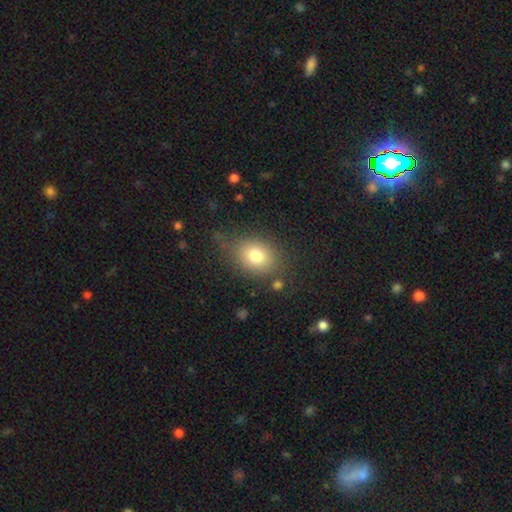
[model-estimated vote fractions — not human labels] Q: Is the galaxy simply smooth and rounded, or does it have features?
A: smooth — 79%.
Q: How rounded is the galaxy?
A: in between — 54%.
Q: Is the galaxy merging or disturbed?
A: none — 69%.